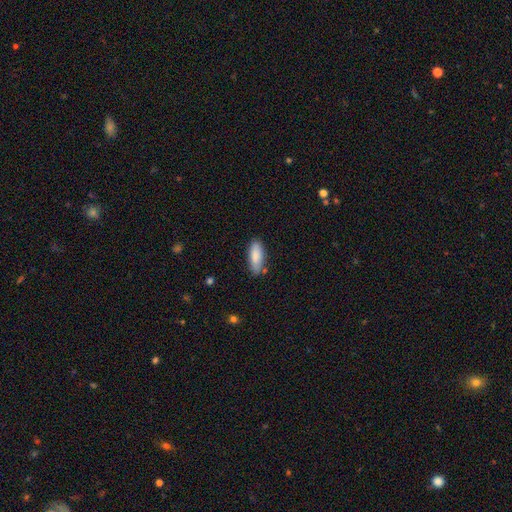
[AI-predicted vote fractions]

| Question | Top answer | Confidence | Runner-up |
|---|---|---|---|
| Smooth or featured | smooth | 84% | featured or disk (10%) |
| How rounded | in between | 72% | cigar-shaped (27%) |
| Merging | none | 79% | minor disturbance (14%) |